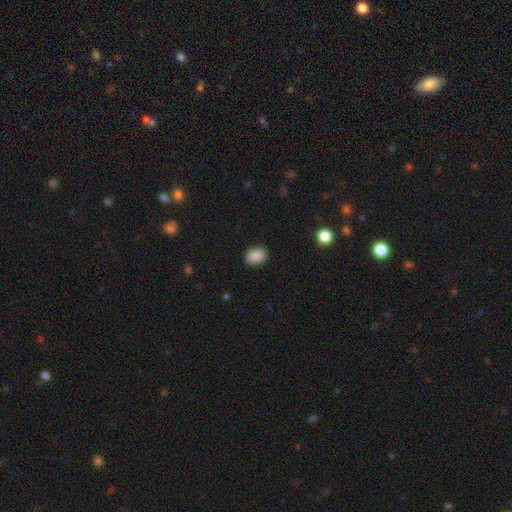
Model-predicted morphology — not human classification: smooth_or_featured: smooth (p=0.87) [alt: star or artifact p=0.08]
how_rounded: in between (p=0.74) [alt: round p=0.24]
merging: none (p=0.86) [alt: minor disturbance p=0.11]